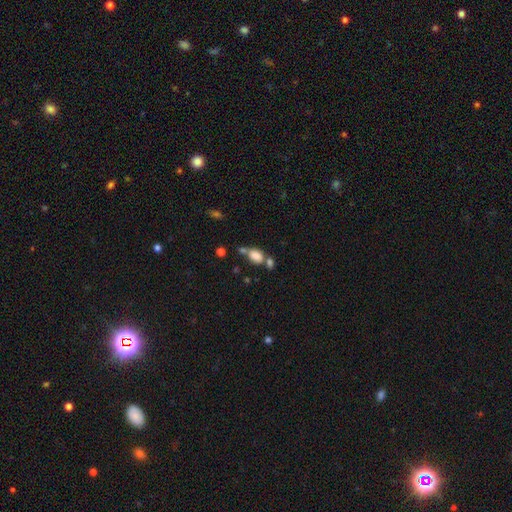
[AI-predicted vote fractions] Smooth or featured: smooth — 80% (star or artifact — 10%)
How rounded: in between — 82% (round — 16%)
Merging: merger — 41% (none — 37%)